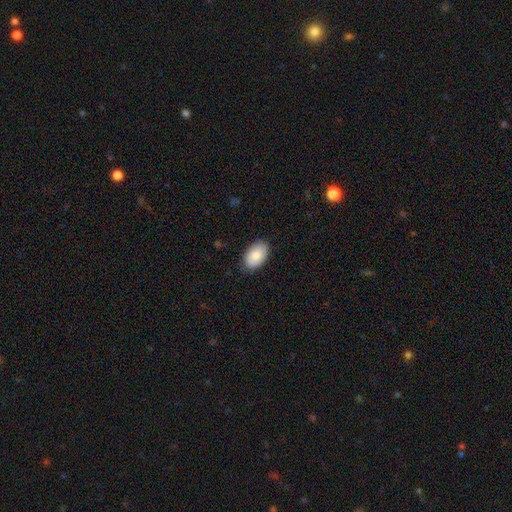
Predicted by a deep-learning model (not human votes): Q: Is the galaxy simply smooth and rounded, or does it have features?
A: smooth — 85%.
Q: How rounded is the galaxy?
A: in between — 92%.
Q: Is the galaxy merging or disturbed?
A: none — 84%.